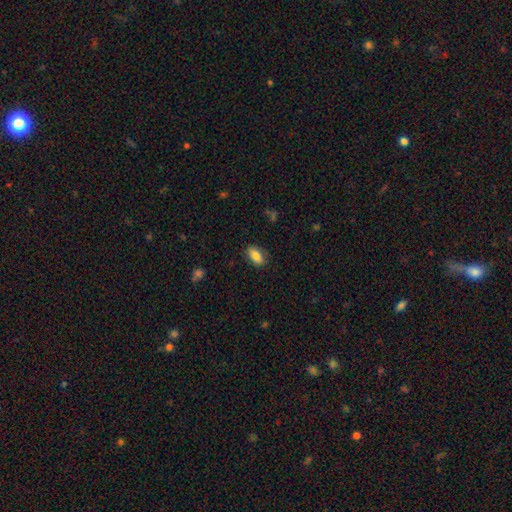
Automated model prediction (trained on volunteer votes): This is clearly a smooth galaxy (84%). How rounded: clearly in between (90%). Merging: clearly none (86%).